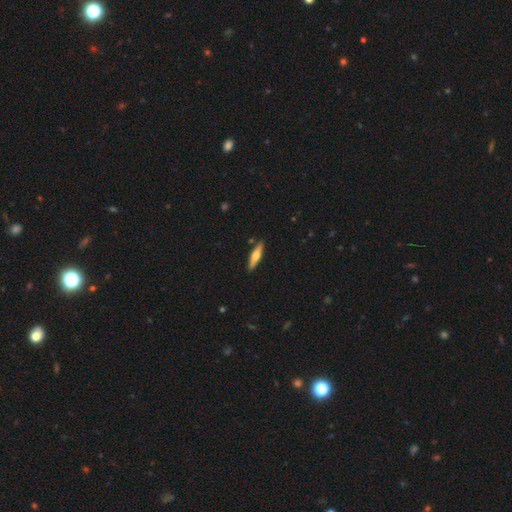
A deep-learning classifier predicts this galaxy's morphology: The model was most divided on "smooth or featured": smooth: 49%, featured or disk: 46%, star or artifact: 6%. More confident: merging — none (89%).